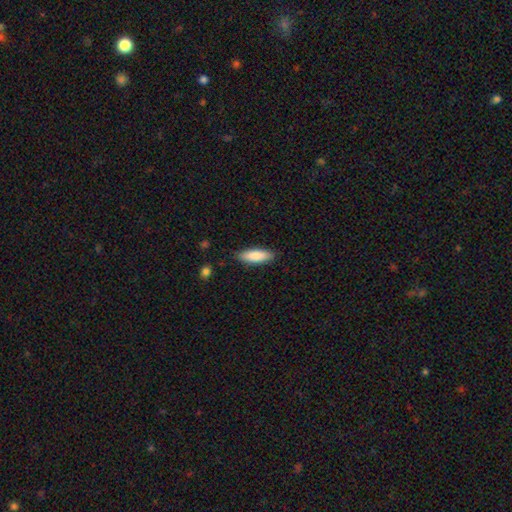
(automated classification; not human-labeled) Smooth or featured? smooth (84%)
How rounded? in between (57%)
Merging? none (86%)